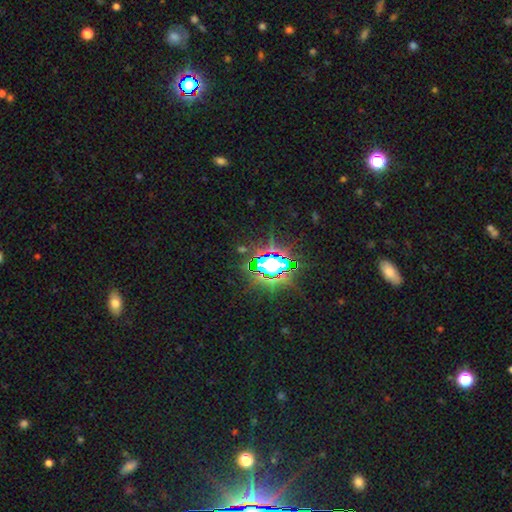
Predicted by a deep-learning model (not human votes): smooth_or_featured: star or artifact (p=0.81) [alt: smooth p=0.11]